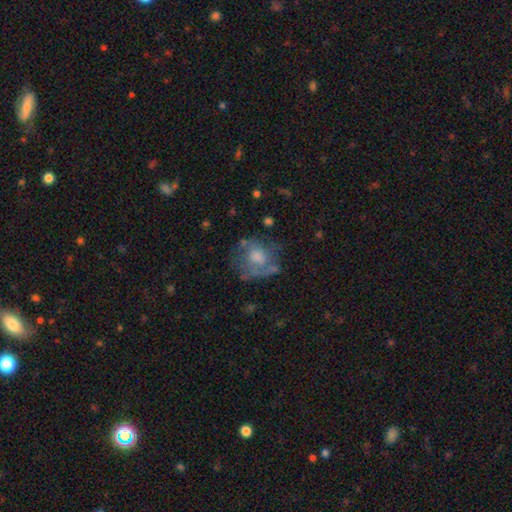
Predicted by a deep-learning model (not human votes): Morphology: type=featured or disk (48%); merging=none (66%).